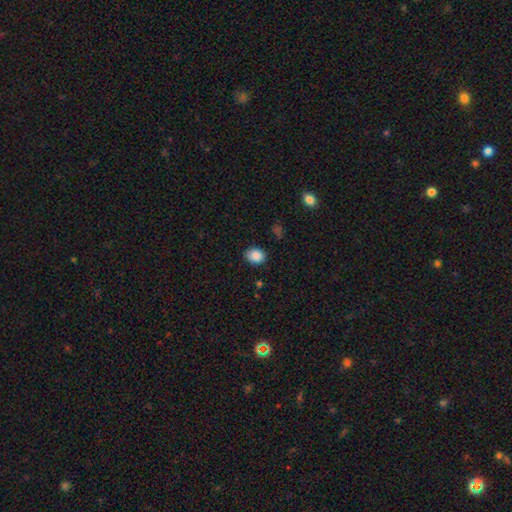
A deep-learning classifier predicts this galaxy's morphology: A smooth galaxy with no disk features (88%) that is in between round and cigar-shaped (53%).

Vote fractions:
- Smooth or featured? smooth: 88% / star or artifact: 9% / featured or disk: 4%
- How rounded? in between: 53% / round: 46% / cigar-shaped: 1%
- Merging? none: 82% / minor disturbance: 14% / major disturbance: 3% / merger: 2%